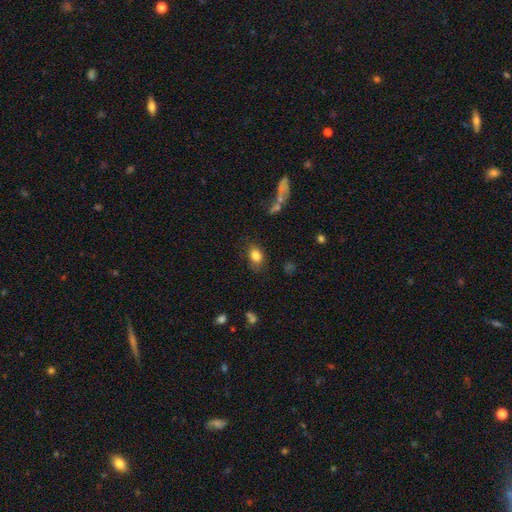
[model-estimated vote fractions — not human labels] Smooth or featured?
  - smooth: 83% *
  - star or artifact: 9%
  - featured or disk: 8%
How rounded?
  - in between: 72% *
  - round: 26%
  - cigar-shaped: 2%
Merging?
  - none: 76% *
  - minor disturbance: 16%
  - major disturbance: 5%
  - merger: 3%